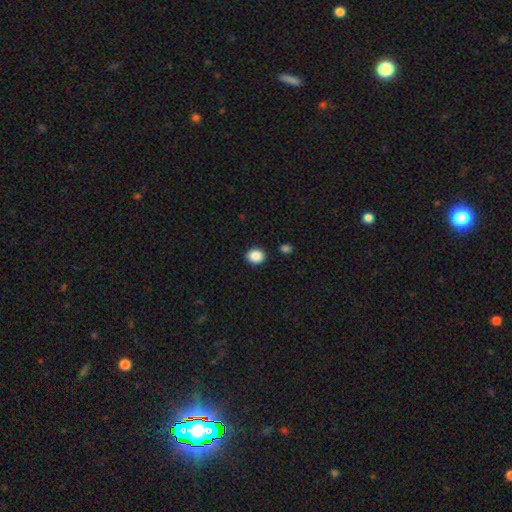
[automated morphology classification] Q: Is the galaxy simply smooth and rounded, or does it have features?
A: smooth — 88%.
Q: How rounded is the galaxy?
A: round — 65%.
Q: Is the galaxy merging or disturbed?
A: none — 89%.